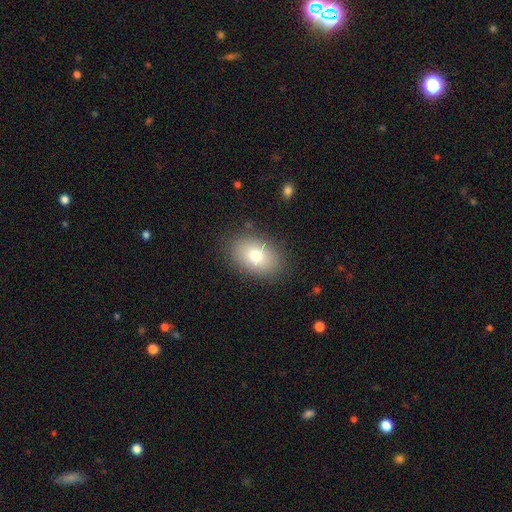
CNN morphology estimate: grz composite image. It shows a smooth galaxy with no disk features (76%) that is in between round and cigar-shaped (79%). Merging: none (85%).